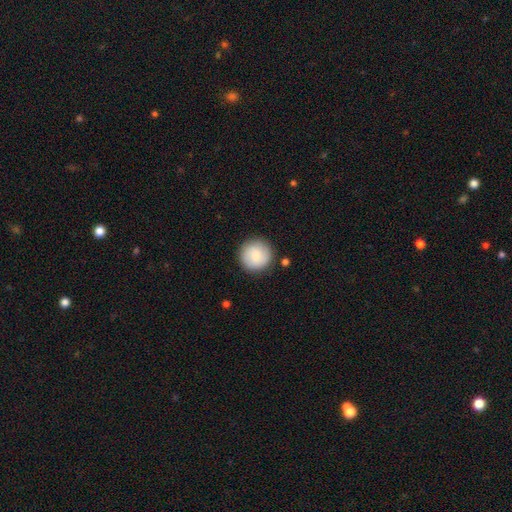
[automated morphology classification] The model was most divided on "smooth or featured": smooth: 81%, featured or disk: 13%, star or artifact: 6%. More confident: how rounded — round (96%); merging — none (89%).